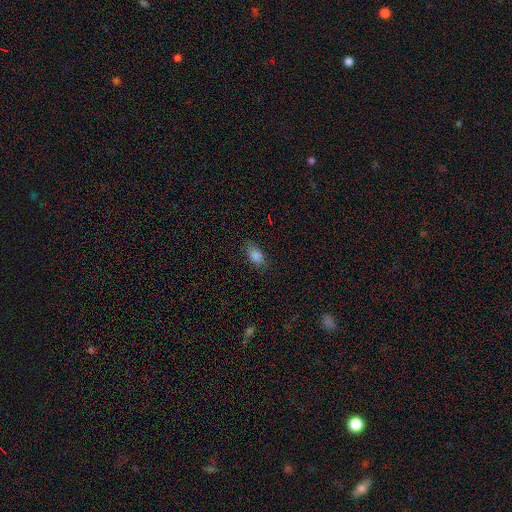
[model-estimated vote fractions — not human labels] A smooth galaxy with no disk features (85%) that is in between round and cigar-shaped (88%).

Vote fractions:
- Smooth or featured? smooth: 85% / star or artifact: 10% / featured or disk: 6%
- How rounded? in between: 88% / round: 8% / cigar-shaped: 4%
- Merging? none: 79% / minor disturbance: 16% / major disturbance: 4% / merger: 1%